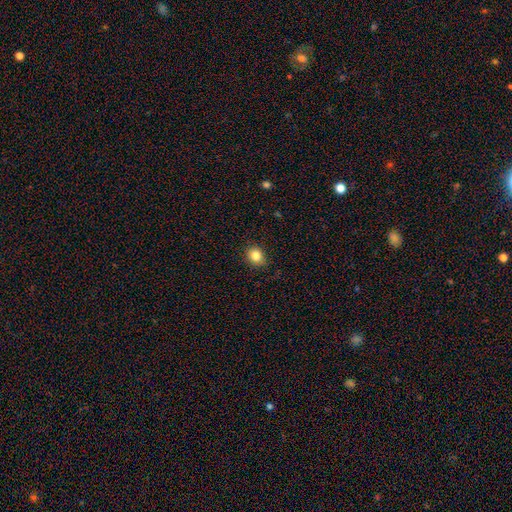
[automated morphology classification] smooth_or_featured: smooth (p=0.83) [alt: star or artifact p=0.11]
how_rounded: round (p=0.61) [alt: in between p=0.38]
merging: none (p=0.85) [alt: minor disturbance p=0.11]